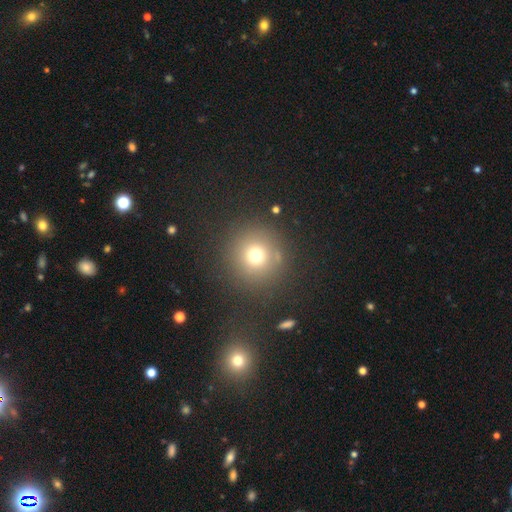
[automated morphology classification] Smooth or featured: smooth — 72% (star or artifact — 18%)
How rounded: round — 94% (in between — 5%)
Merging: none — 84% (minor disturbance — 8%)